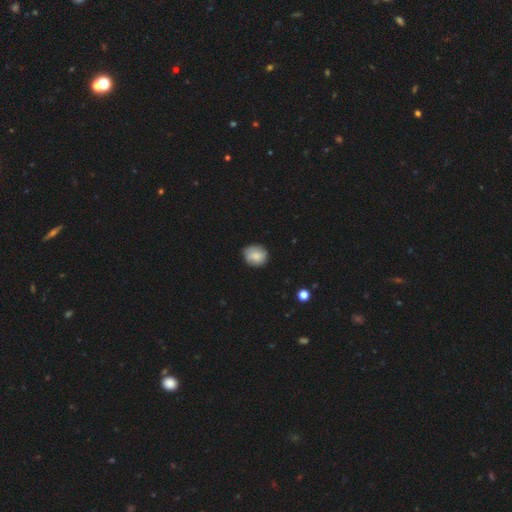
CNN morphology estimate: Overall: smooth (79%). How rounded: round (71%). Merging: none (77%).